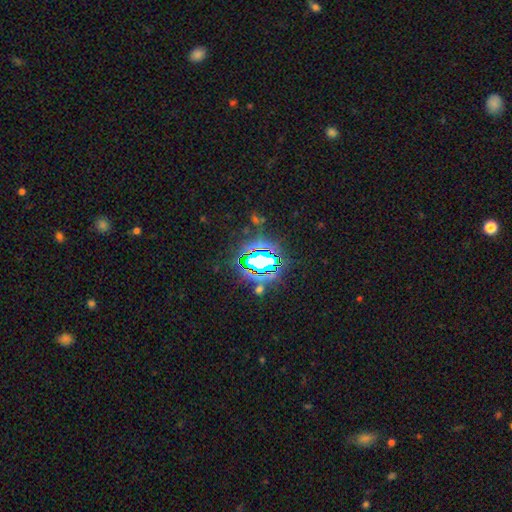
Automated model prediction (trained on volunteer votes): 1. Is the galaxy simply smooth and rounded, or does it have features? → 80% star or artifact, 12% smooth, 9% featured or disk.